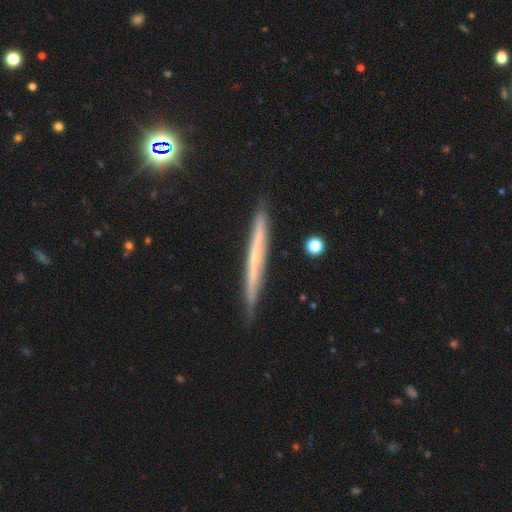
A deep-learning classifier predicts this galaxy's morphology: featured or disk 59%, smooth 32%, star or artifact 8%. Down the decision tree: edge-on disk — yes (95%); edge-on bulge — none (75%); merging — none (88%).